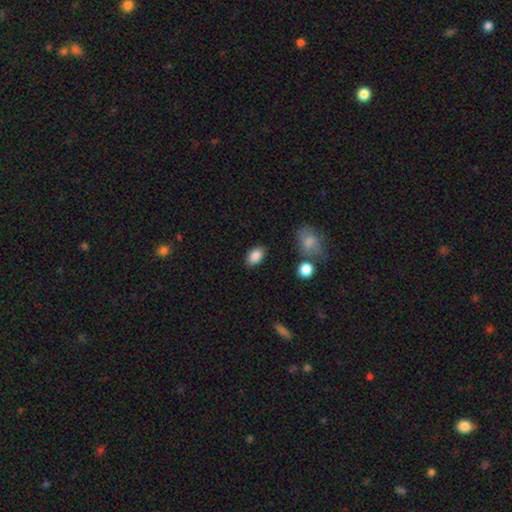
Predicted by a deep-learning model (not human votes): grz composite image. It shows a smooth galaxy with no disk features (87%) that is in between round and cigar-shaped (89%). Merging: none (85%).